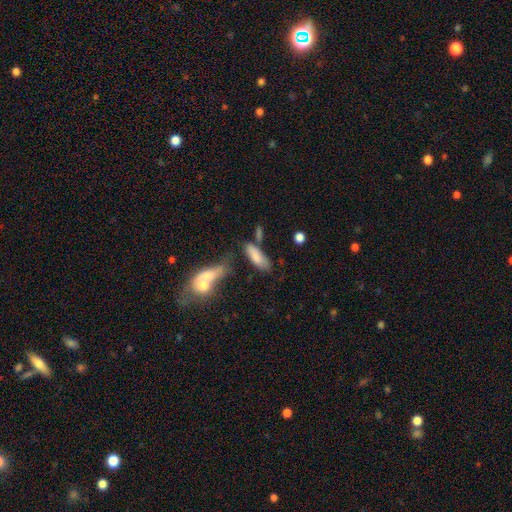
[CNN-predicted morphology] type=smooth (78%); roundness=in between (65%); merging=none (51%).